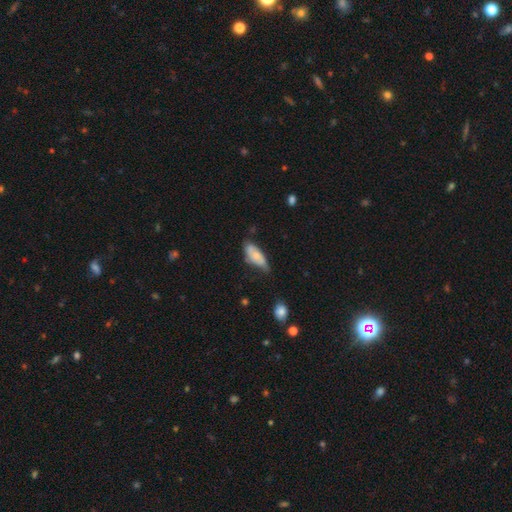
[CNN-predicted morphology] Q: Smooth or featured?
A: smooth (58%); runner-up: featured or disk (35%)
Q: How rounded?
A: in between (84%); runner-up: cigar-shaped (13%)
Q: Merging?
A: none (45%); runner-up: minor disturbance (41%)